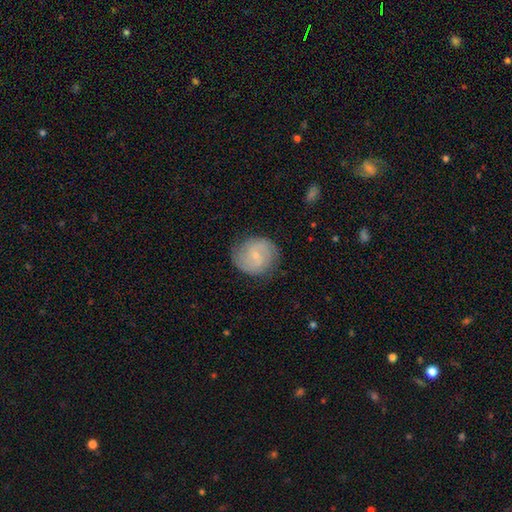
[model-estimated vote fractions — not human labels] smooth_or_featured: featured or disk (p=0.69) [alt: smooth p=0.24]
disk_edge_on: no (p=0.98) [alt: yes p=0.02]
bar: no (p=0.48) [alt: weak p=0.44]
has_spiral_arms: yes (p=0.91) [alt: no p=0.09]
spiral_winding: tight (p=0.49) [alt: medium p=0.39]
spiral_arm_count: 2 (p=0.69) [alt: can't tell p=0.16]
bulge_size: small (p=0.77) [alt: moderate p=0.17]
merging: none (p=0.82) [alt: minor disturbance p=0.13]